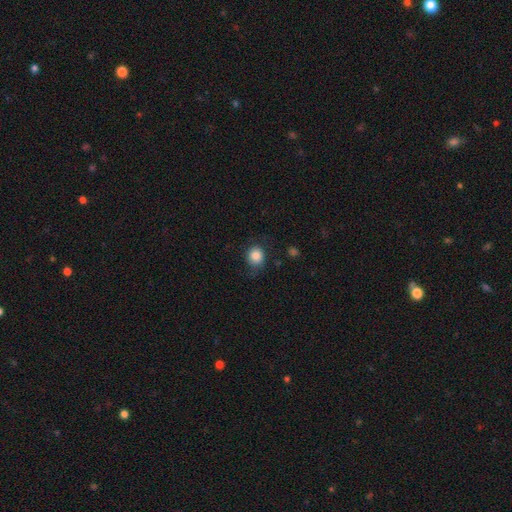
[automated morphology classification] smooth 84%, star or artifact 10%, featured or disk 6%. Down the decision tree: how rounded — round (79%); merging — none (77%).